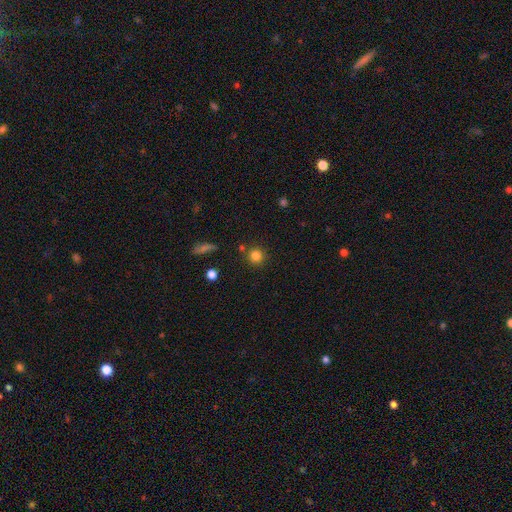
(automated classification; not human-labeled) Morphology: type=smooth (82%); roundness=round (93%); merging=none (82%).